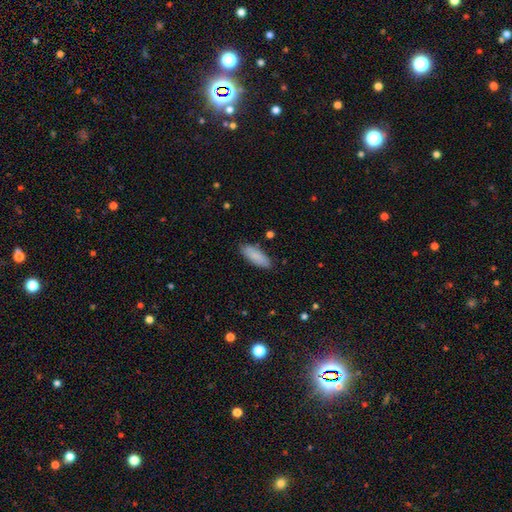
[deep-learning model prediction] smooth-or-featured: smooth: 87% | featured or disk: 7% | star or artifact: 6%
  how-rounded: in between: 69% | cigar-shaped: 29% | round: 2%
  merging: none: 85% | minor disturbance: 11% | major disturbance: 2% | merger: 2%